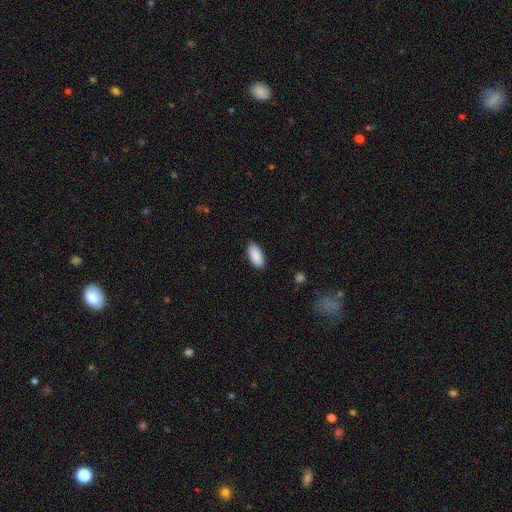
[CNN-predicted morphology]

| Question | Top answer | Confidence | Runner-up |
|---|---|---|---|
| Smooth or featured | smooth | 90% | star or artifact (6%) |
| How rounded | in between | 93% | cigar-shaped (5%) |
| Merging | none | 89% | minor disturbance (8%) |